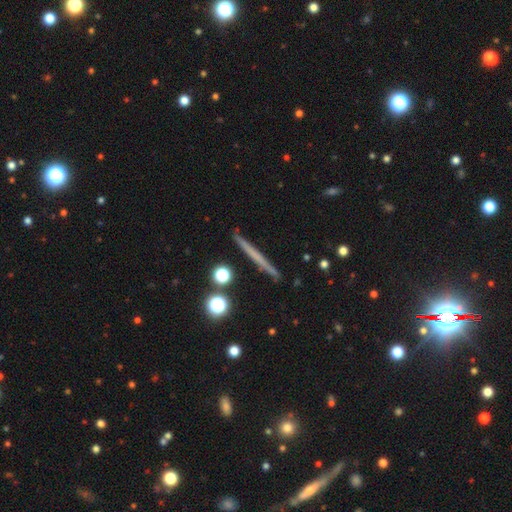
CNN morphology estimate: Overall: featured or disk (47%; smooth 45%). Merging: none (90%).